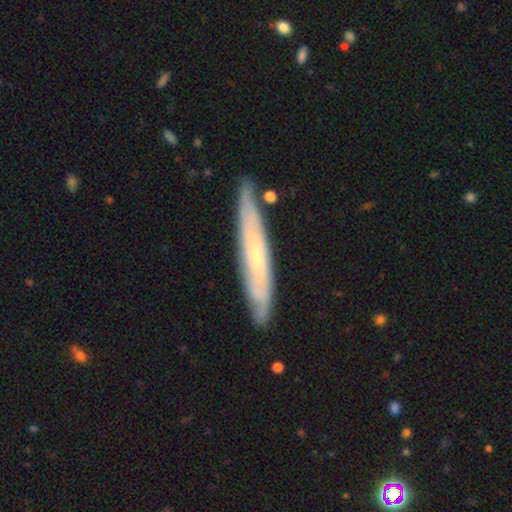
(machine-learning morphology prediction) smooth_or_featured: featured or disk (p=0.62) [alt: smooth p=0.31]
disk_edge_on: yes (p=0.66) [alt: no p=0.34]
merging: none (p=0.82) [alt: minor disturbance p=0.13]